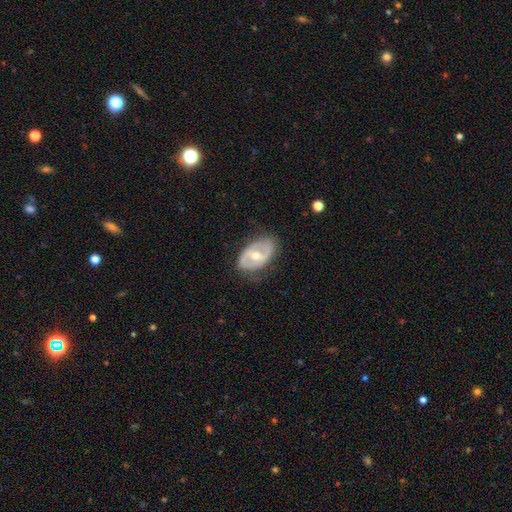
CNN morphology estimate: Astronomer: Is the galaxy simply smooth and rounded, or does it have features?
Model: featured or disk — 67%.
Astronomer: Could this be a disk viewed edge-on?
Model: no — 93%.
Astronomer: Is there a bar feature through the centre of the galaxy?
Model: no — 49% (runner-up: weak, 32%).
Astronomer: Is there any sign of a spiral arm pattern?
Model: no — 51% (runner-up: yes, 49%).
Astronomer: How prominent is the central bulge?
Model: moderate — 69%.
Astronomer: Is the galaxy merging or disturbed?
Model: none — 73%.